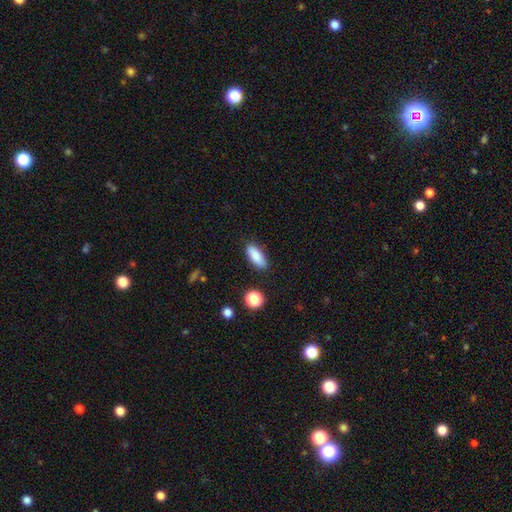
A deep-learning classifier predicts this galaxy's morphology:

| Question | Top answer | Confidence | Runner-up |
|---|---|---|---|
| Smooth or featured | smooth | 85% | featured or disk (7%) |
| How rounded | in between | 77% | cigar-shaped (21%) |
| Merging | none | 84% | minor disturbance (11%) |